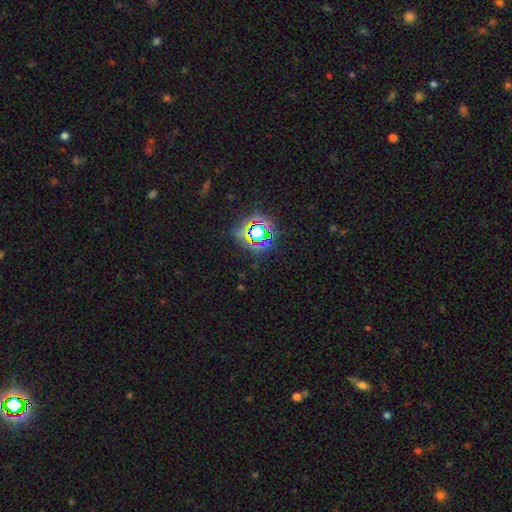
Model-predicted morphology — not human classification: smooth_or_featured: star or artifact (p=0.77) [alt: smooth p=0.14]